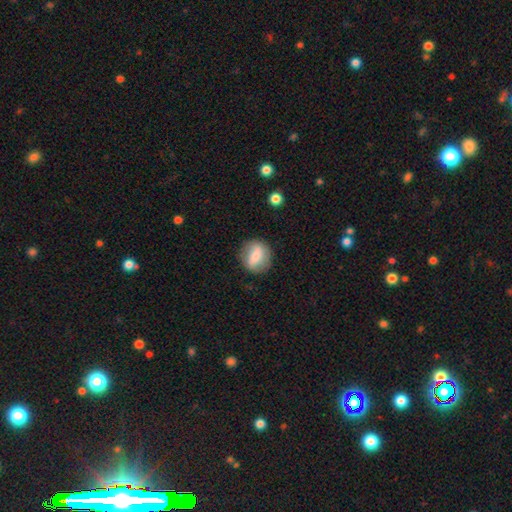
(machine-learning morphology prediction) Smooth or featured: smooth — 63% (featured or disk — 29%)
How rounded: round — 76% (in between — 22%)
Merging: none — 80% (minor disturbance — 14%)